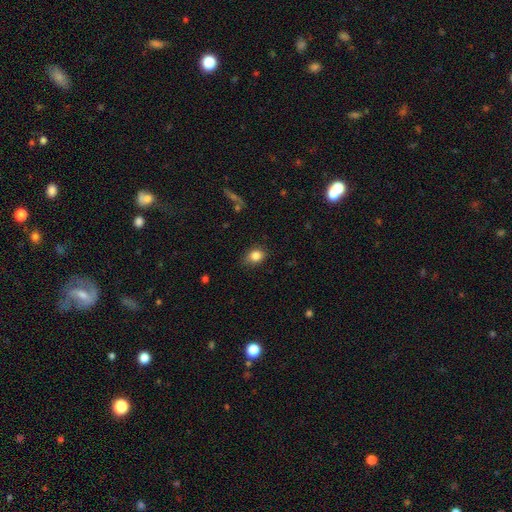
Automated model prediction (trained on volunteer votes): Overall: smooth (83%). How rounded: in between (63%; round 36%). Merging: none (79%).